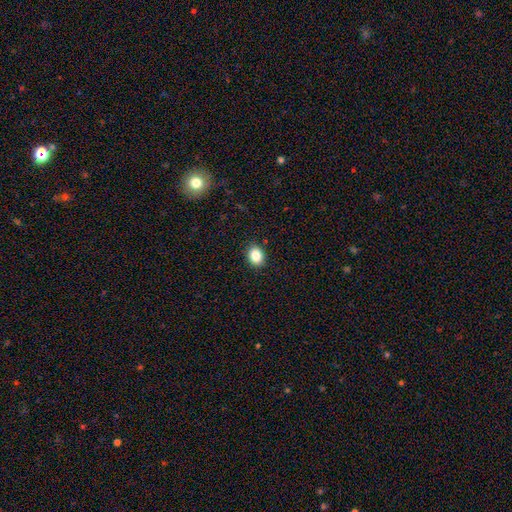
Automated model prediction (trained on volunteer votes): Morphology: type=smooth (85%); roundness=in between (56%); merging=none (90%).